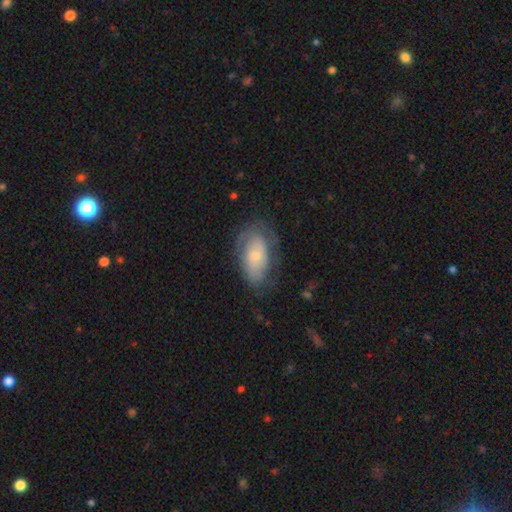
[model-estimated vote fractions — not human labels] This appears to be a featured or disk galaxy (53%). Merging: none (60%).